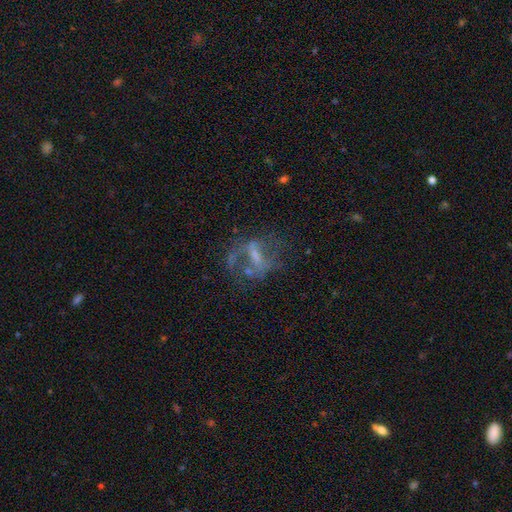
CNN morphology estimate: type=featured or disk (68%); edge-on=no (95%); bar=weak (42%); spiral arms=yes (53%); bulge=small (39%); merging=none (42%).